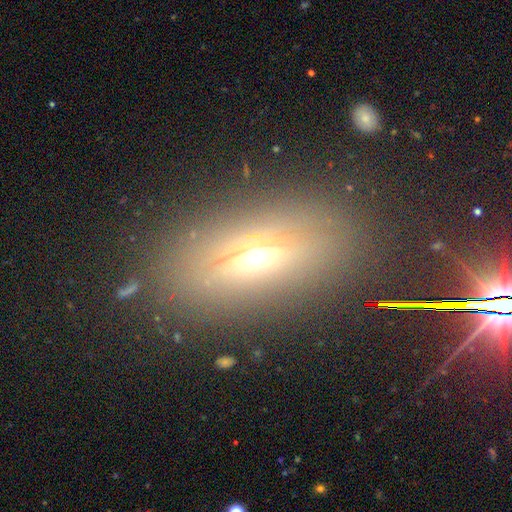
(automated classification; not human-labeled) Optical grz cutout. It shows a featured or disk galaxy (43%). Merging: none (80%).